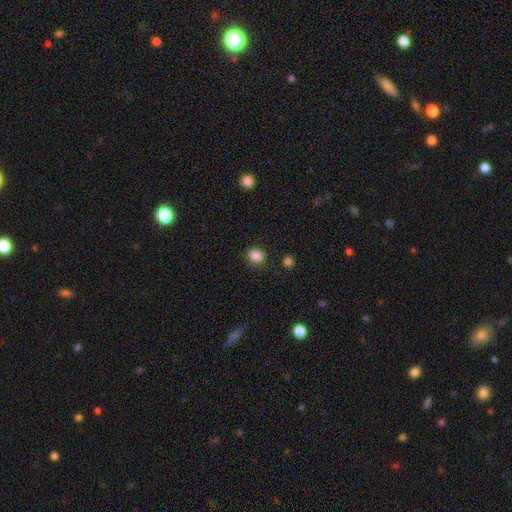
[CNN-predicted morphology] Overall: smooth (86%). How rounded: round (71%). Merging: none (83%).